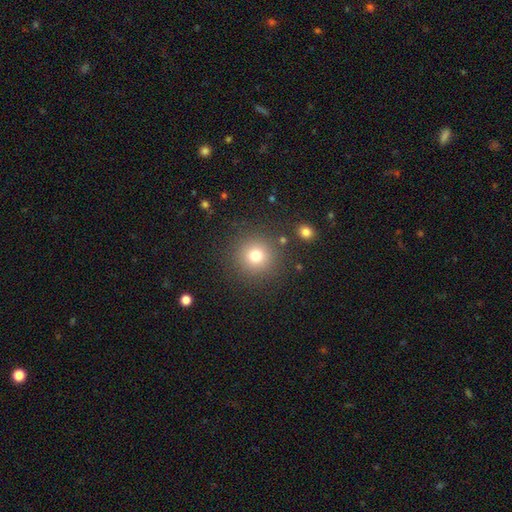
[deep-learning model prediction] The model was most divided on "smooth or featured": smooth: 75%, star or artifact: 15%, featured or disk: 10%. More confident: how rounded — round (95%); merging — none (88%).